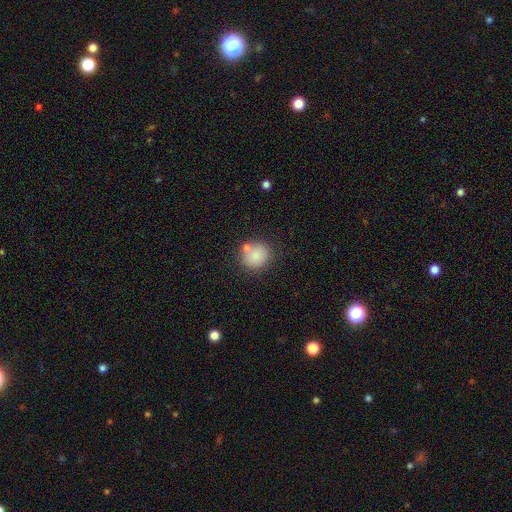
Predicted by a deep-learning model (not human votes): Smooth or featured? smooth (83%)
How rounded? round (83%)
Merging? none (70%)